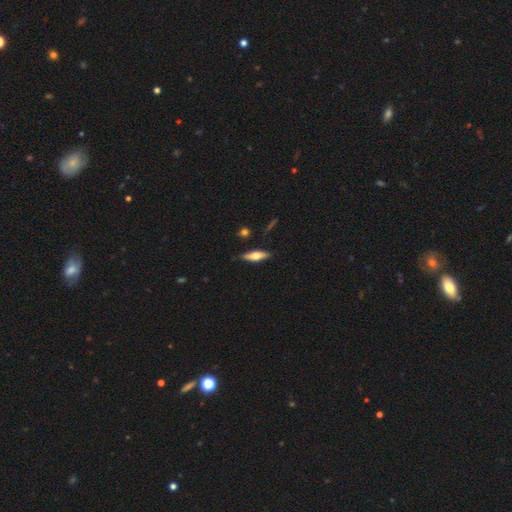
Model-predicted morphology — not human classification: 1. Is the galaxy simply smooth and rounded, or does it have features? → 48% featured or disk, 45% smooth, 6% star or artifact.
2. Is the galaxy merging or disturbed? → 86% none, 10% minor disturbance, 2% major disturbance, 2% merger.